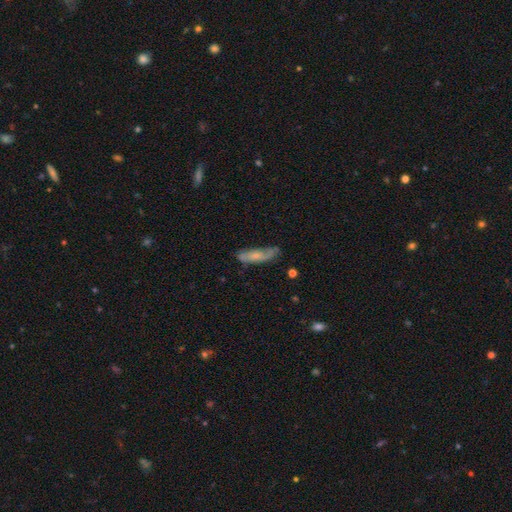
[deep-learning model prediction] This appears to be a smooth galaxy with no disk features (53%) that is cigar-shaped (64%). Merging: none (60%).